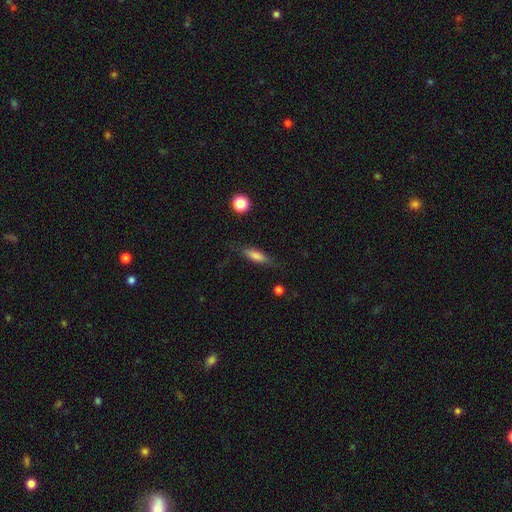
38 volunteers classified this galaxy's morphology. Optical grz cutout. It shows a smooth galaxy with no disk features (68%) that is cigar-shaped (54%). Merging: none (78%).